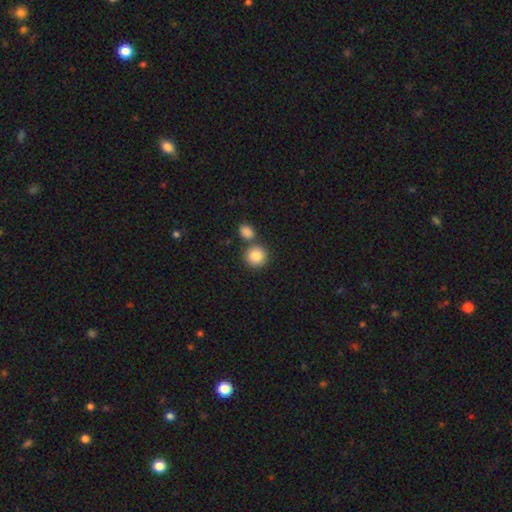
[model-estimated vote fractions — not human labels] smooth 85%, star or artifact 9%, featured or disk 6%. Down the decision tree: how rounded — round (90%); merging — none (68%).